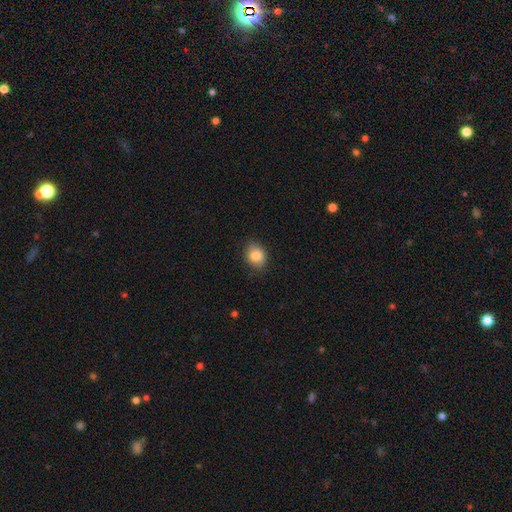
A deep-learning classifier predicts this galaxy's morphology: Smooth or featured? Predicted: smooth (p=0.84). How rounded? Predicted: in between (p=0.50). Merging? Predicted: none (p=0.82).